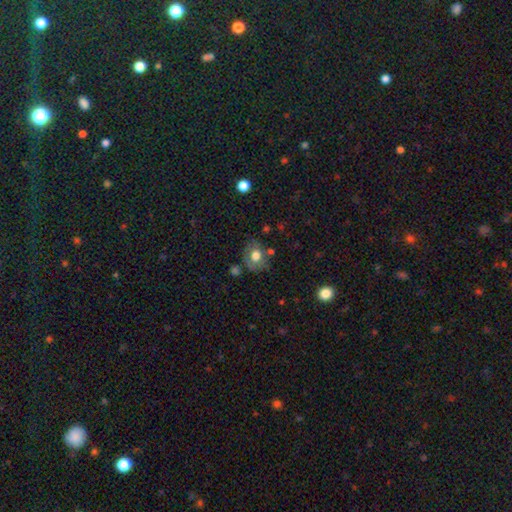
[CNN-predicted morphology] A smooth galaxy with no disk features (67%) that is round (56%). Merging: none (61%).